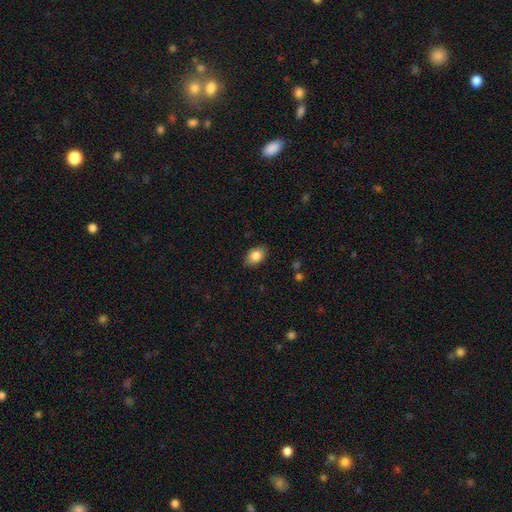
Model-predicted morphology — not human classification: This appears to be a smooth galaxy with no disk features (85%) that is in between round and cigar-shaped (80%). Merging: none (83%).